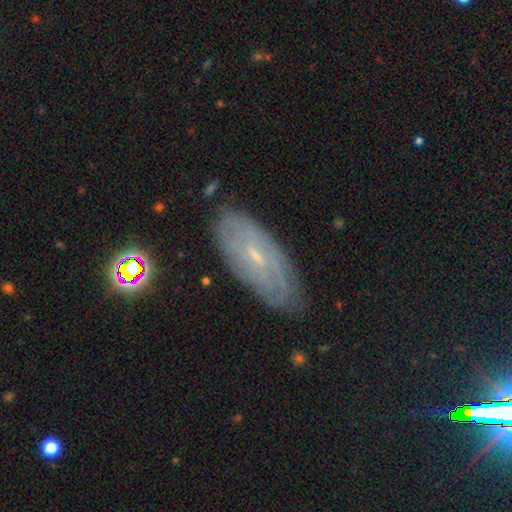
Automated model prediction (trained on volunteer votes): Morphology: type=featured or disk (64%); edge-on=no (86%); bar=no (45%, tied with weak); spiral arms=yes (79%); bulge=small (73%); merging=none (77%).